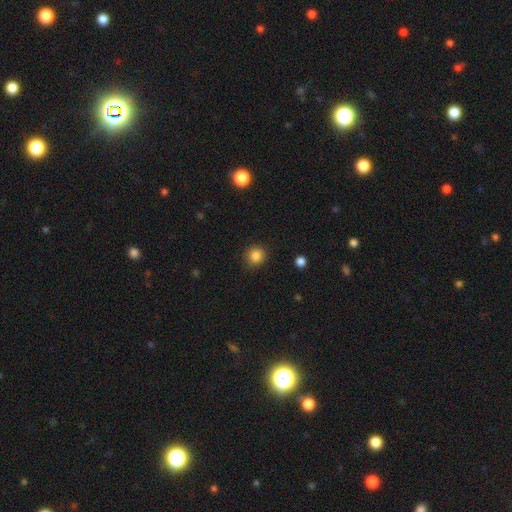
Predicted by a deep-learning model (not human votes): Q: Smooth or featured?
A: smooth (85%); runner-up: star or artifact (11%)
Q: How rounded?
A: round (86%); runner-up: in between (13%)
Q: Merging?
A: none (87%); runner-up: minor disturbance (10%)